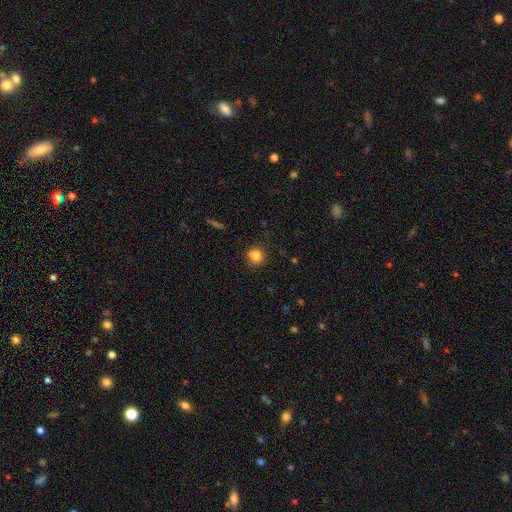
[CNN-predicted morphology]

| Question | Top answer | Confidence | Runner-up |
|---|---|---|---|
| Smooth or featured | smooth | 83% | star or artifact (11%) |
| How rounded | round | 82% | in between (17%) |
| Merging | none | 86% | minor disturbance (10%) |